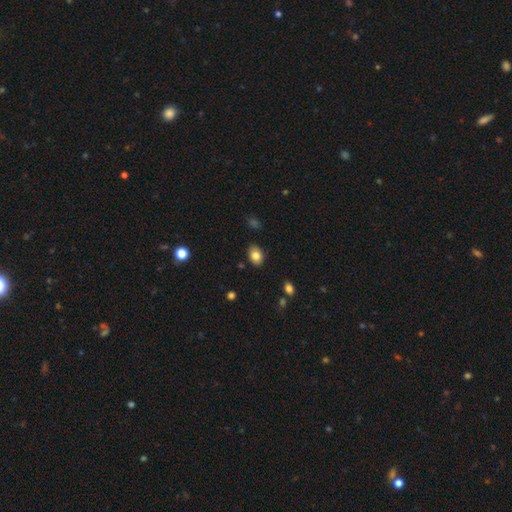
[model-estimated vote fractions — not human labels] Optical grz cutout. It shows a smooth galaxy with no disk features (82%) that is in between round and cigar-shaped (77%). Merging: none (86%).